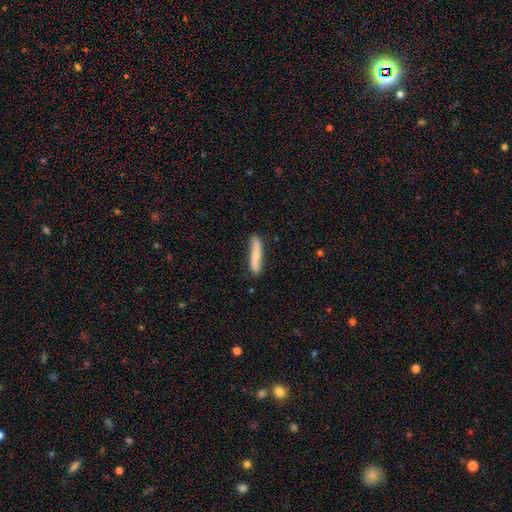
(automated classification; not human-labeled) Smooth or featured: smooth — 63% (featured or disk — 32%)
How rounded: cigar-shaped — 89% (in between — 10%)
Merging: none — 81% (minor disturbance — 15%)